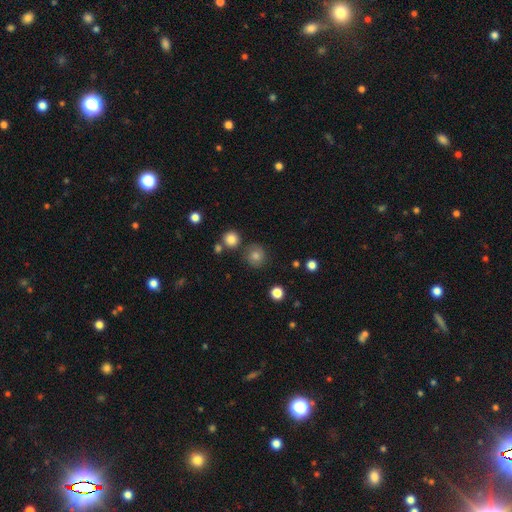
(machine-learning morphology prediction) This appears to be a smooth galaxy with no disk features (75%) that is round (91%). Merging: none (79%).